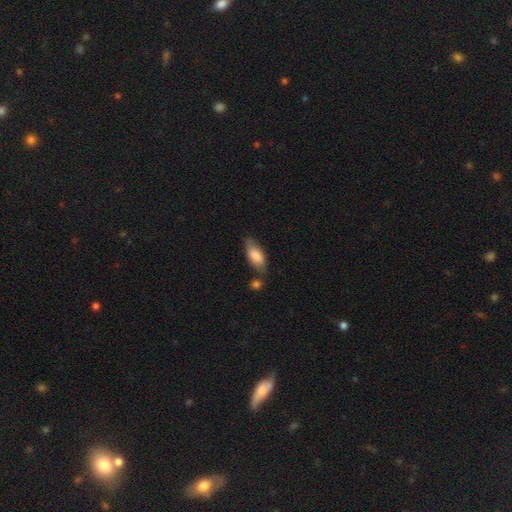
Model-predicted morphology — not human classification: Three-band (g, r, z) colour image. It shows a smooth galaxy with no disk features (81%) that is in between round and cigar-shaped (84%). Merging: none (62%).